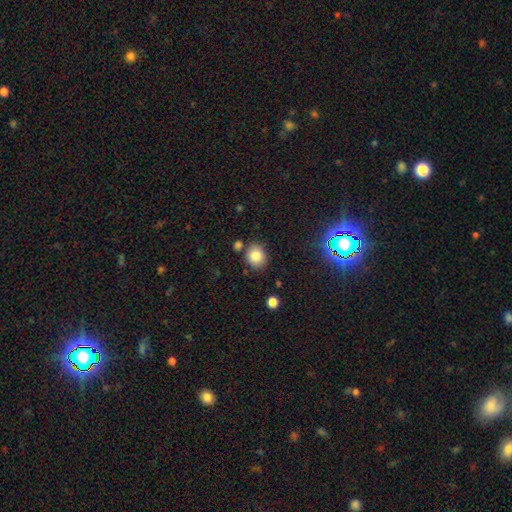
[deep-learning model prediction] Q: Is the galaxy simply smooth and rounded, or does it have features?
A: smooth — 83%.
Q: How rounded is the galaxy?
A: round — 65%.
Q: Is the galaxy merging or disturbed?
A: none — 79%.